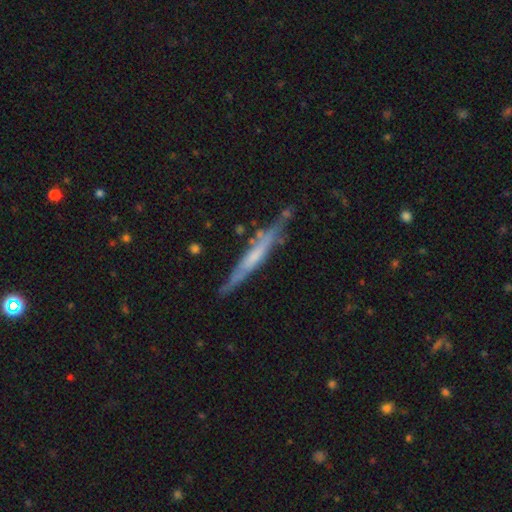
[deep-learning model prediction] Morphology: type=featured or disk (58%); edge-on=yes (90%); edge-on bulge=none (64%); merging=none (74%).